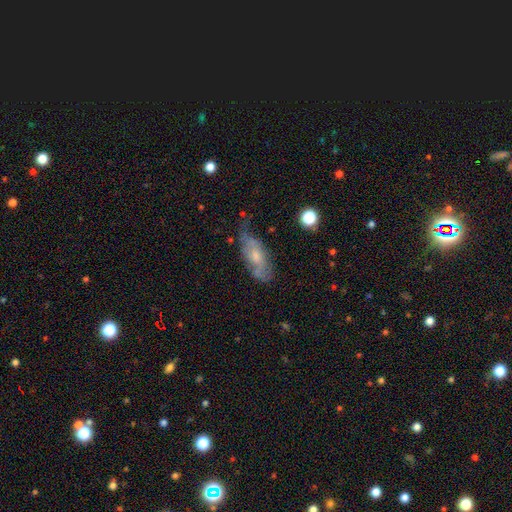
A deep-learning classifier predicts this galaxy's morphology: Smooth or featured? Predicted: featured or disk (p=0.50). Merging? Predicted: none (p=0.45).